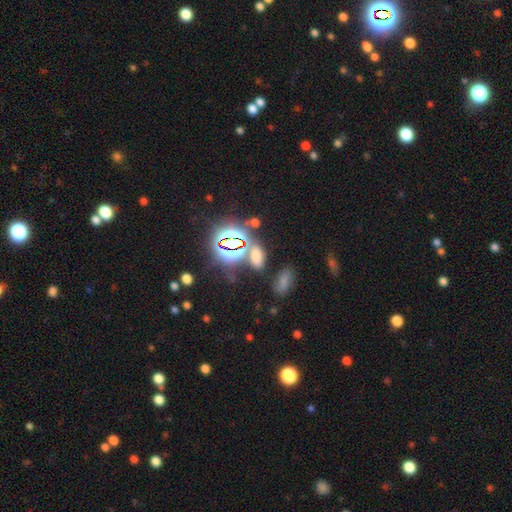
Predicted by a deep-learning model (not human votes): Smooth or featured? smooth (48%)
Merging? none (67%)